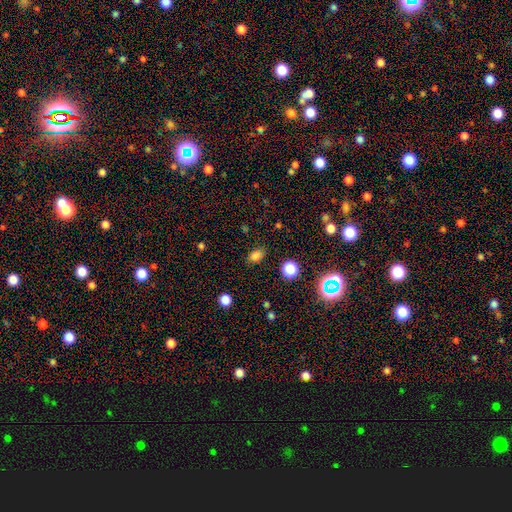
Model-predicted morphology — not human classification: Smooth or featured: smooth — 80% (star or artifact — 16%)
How rounded: in between — 79% (round — 19%)
Merging: none — 85% (minor disturbance — 11%)